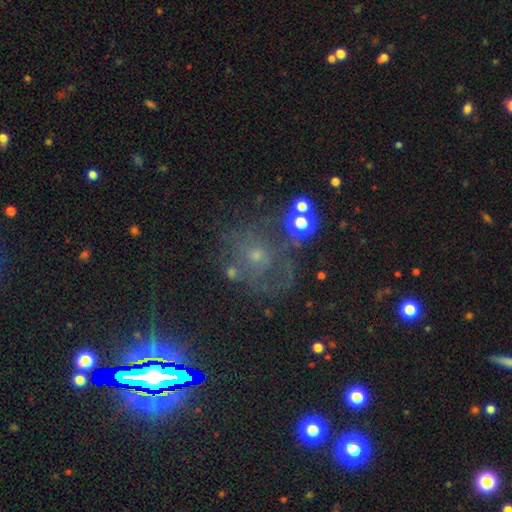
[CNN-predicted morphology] Smooth or featured? featured or disk (42%)
Merging? none (54%)